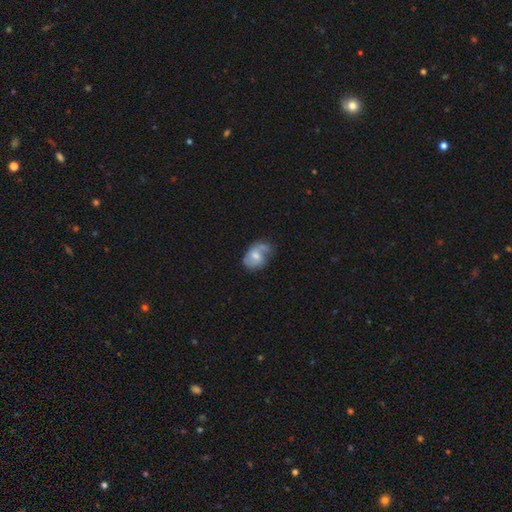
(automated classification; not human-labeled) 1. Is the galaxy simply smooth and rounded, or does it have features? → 53% featured or disk, 40% smooth, 7% star or artifact.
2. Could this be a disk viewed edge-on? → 97% no, 3% yes.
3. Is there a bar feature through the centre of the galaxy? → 52% no, 41% weak, 7% strong.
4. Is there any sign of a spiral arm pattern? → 76% yes, 24% no.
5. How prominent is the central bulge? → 49% moderate, 34% small, 9% none, 7% large, 1% dominant.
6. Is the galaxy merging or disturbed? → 40% none, 31% minor disturbance, 21% major disturbance, 8% merger.